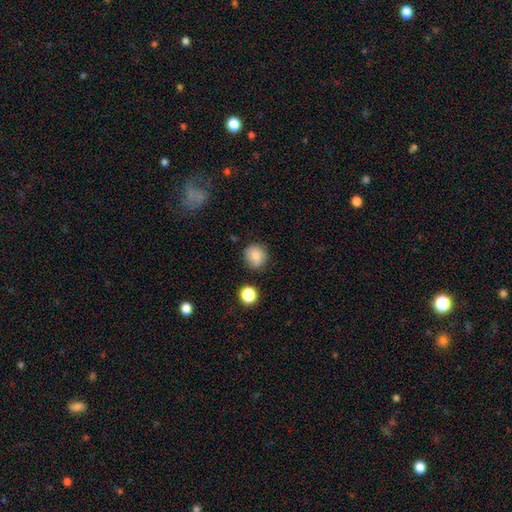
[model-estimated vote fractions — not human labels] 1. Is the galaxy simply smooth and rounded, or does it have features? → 82% smooth, 10% star or artifact, 8% featured or disk.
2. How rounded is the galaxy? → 86% round, 13% in between, 1% cigar-shaped.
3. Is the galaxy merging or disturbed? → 76% none, 17% minor disturbance, 4% major disturbance, 4% merger.